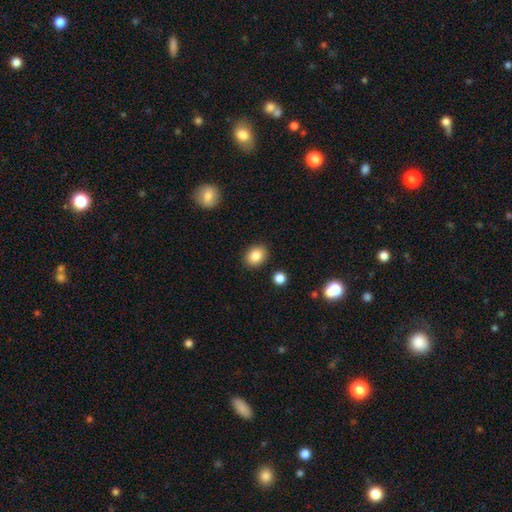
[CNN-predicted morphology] A smooth galaxy with no disk features (85%) that is in between round and cigar-shaped (53%).

Vote fractions:
- Smooth or featured? smooth: 85% / star or artifact: 9% / featured or disk: 6%
- How rounded? in between: 53% / round: 47% / cigar-shaped: 1%
- Merging? none: 89% / minor disturbance: 7% / merger: 2% / major disturbance: 2%